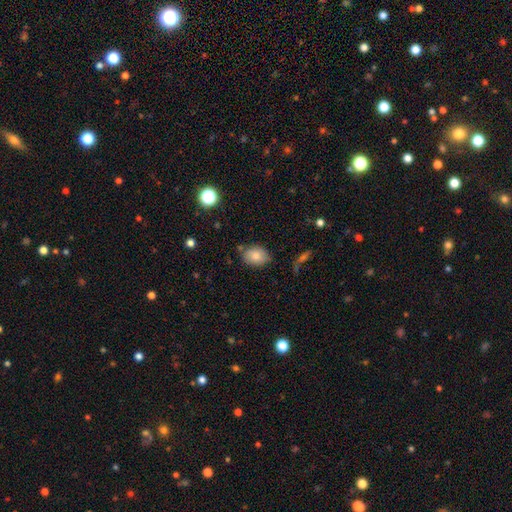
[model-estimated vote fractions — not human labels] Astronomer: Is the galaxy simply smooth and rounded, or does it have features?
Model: smooth — 79%.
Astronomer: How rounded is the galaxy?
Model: in between — 64%.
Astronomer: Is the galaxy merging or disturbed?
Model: none — 77%.